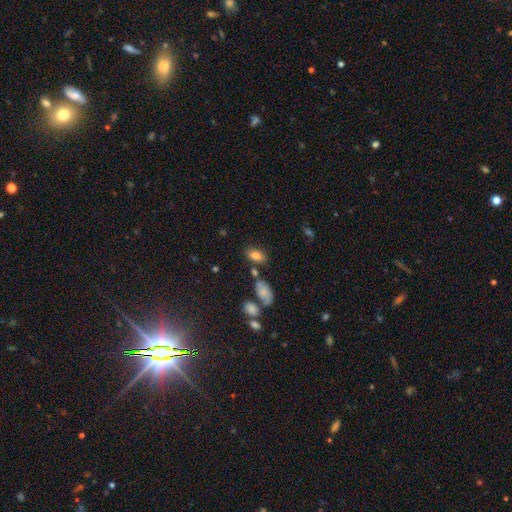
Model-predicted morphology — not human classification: type=smooth (81%); roundness=in between (89%); merging=none (73%).